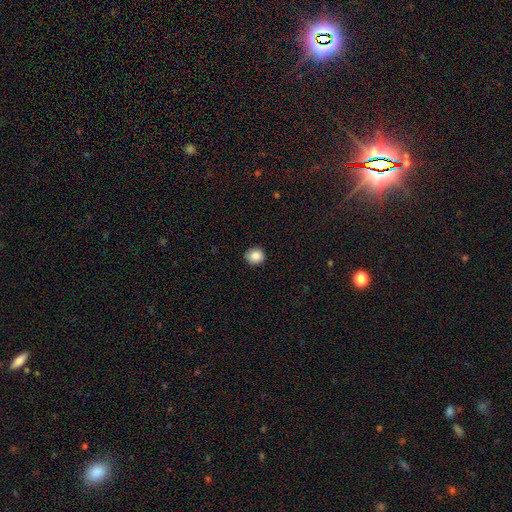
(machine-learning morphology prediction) smooth_or_featured: smooth (p=0.87) [alt: star or artifact p=0.09]
how_rounded: round (p=0.87) [alt: in between p=0.12]
merging: none (p=0.89) [alt: minor disturbance p=0.08]